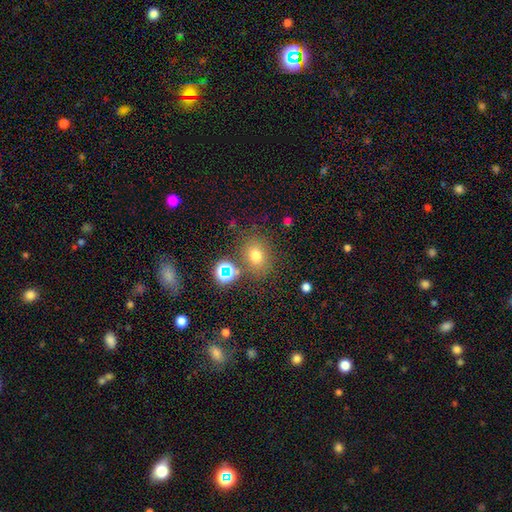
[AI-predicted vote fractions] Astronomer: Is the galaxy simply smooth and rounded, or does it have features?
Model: smooth — 70%.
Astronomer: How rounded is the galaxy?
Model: round — 50% (runner-up: in between, 49%).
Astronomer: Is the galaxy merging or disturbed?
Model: none — 72%.